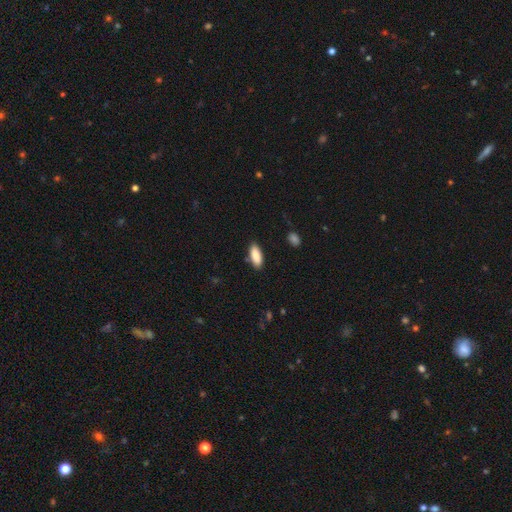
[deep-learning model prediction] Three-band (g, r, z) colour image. It shows a smooth galaxy with no disk features (89%) that is in between round and cigar-shaped (77%). Merging: none (84%).